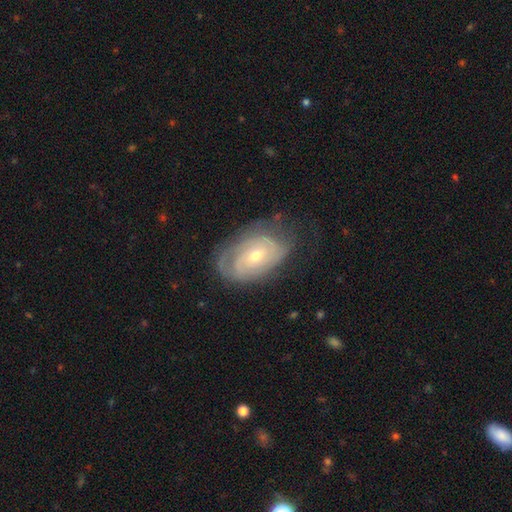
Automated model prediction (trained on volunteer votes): Morphology: type=featured or disk (75%); edge-on=no (95%); bar=no (73%); spiral arms=yes (83%); winding=tight (65%); arm count=can't tell (45%); bulge=moderate (52%); merging=none (61%).